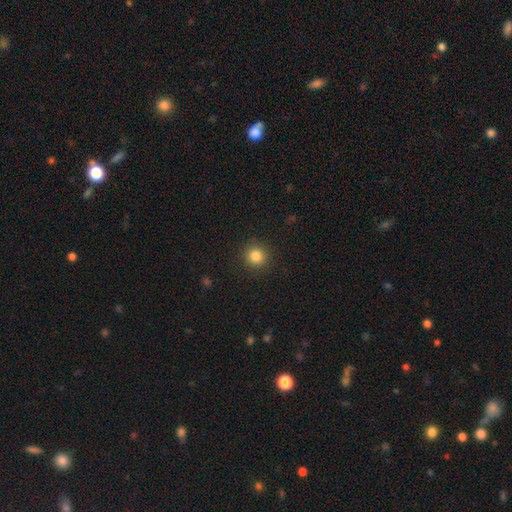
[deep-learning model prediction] A smooth galaxy with no disk features (84%) that is round (94%).

Vote fractions:
- Smooth or featured? smooth: 84% / star or artifact: 12% / featured or disk: 5%
- How rounded? round: 94% / in between: 5% / cigar-shaped: 1%
- Merging? none: 91% / minor disturbance: 6% / major disturbance: 2% / merger: 1%